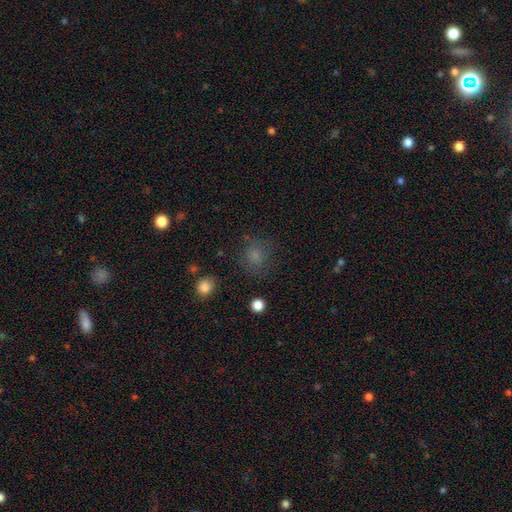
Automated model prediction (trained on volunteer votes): The model was most divided on "merging": none: 73%, minor disturbance: 16%, major disturbance: 9%, merger: 3%. More confident: how rounded — round (79%); smooth or featured — smooth (75%).